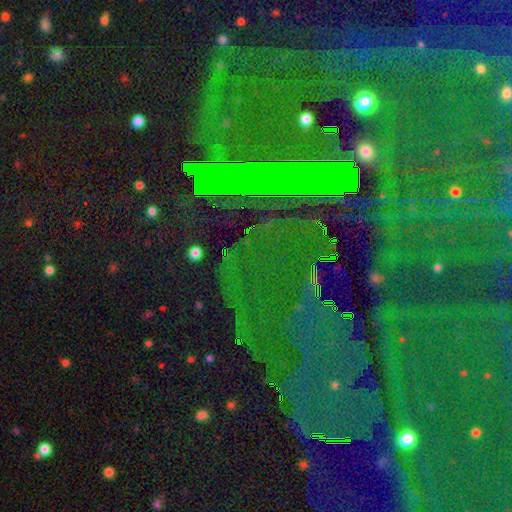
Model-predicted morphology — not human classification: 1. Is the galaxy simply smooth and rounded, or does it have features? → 82% star or artifact, 10% featured or disk, 9% smooth.